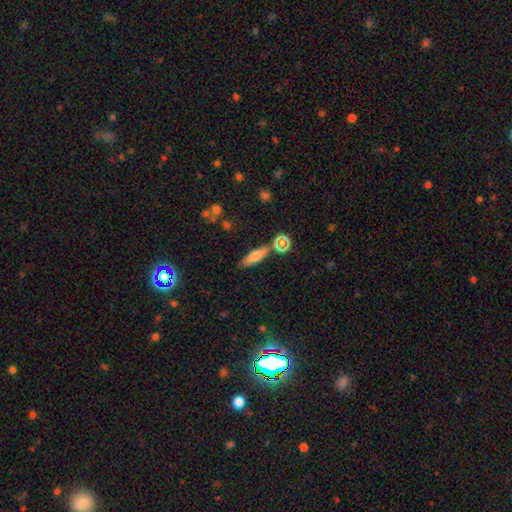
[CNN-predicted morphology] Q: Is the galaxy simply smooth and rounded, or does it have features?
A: smooth — 71%.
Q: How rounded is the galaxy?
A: cigar-shaped — 59%.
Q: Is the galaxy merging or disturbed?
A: none — 76%.